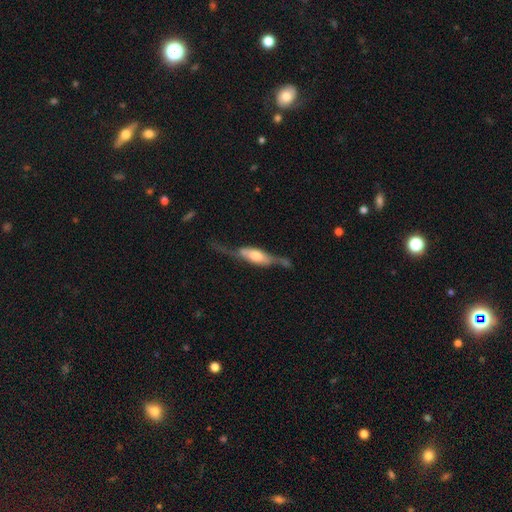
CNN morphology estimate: Overall: featured or disk (64%; smooth 30%). Edge-on disk: yes (64%; no 36%). Merging: none (38%; major disturbance 30%).